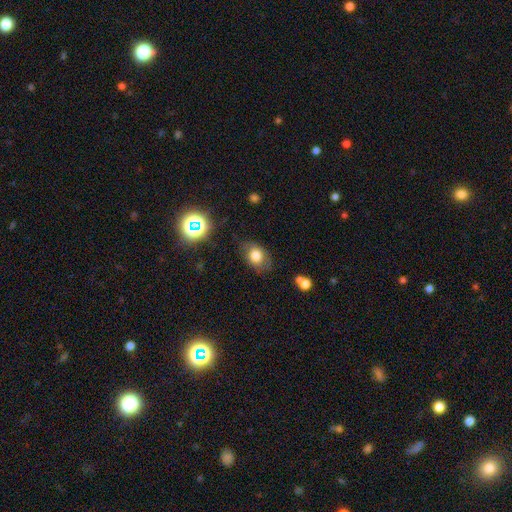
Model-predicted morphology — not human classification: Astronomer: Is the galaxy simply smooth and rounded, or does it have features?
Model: smooth — 75%.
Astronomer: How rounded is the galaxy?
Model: in between — 72%.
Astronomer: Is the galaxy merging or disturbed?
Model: none — 72%.